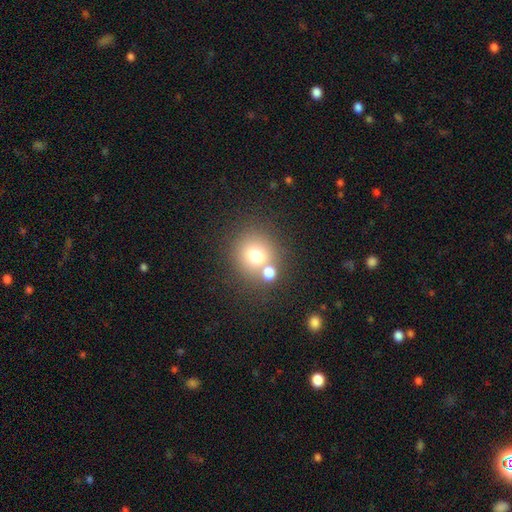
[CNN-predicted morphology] This is likely a smooth galaxy (72%). How rounded: clearly round (87%). Merging: likely none (61%).